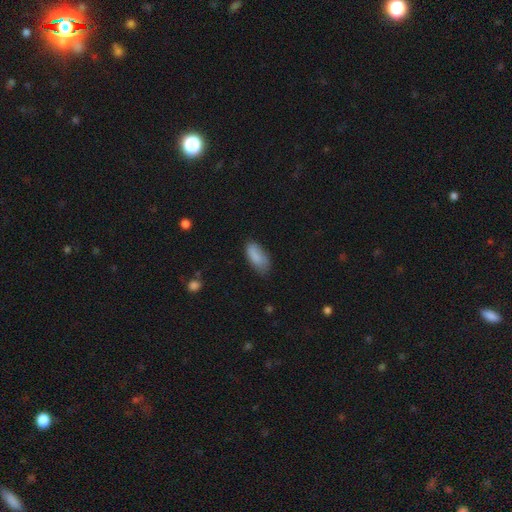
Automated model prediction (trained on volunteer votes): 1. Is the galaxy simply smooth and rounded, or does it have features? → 85% smooth, 8% featured or disk, 7% star or artifact.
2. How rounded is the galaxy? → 88% in between, 10% cigar-shaped, 2% round.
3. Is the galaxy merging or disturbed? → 62% none, 29% minor disturbance, 7% major disturbance, 2% merger.